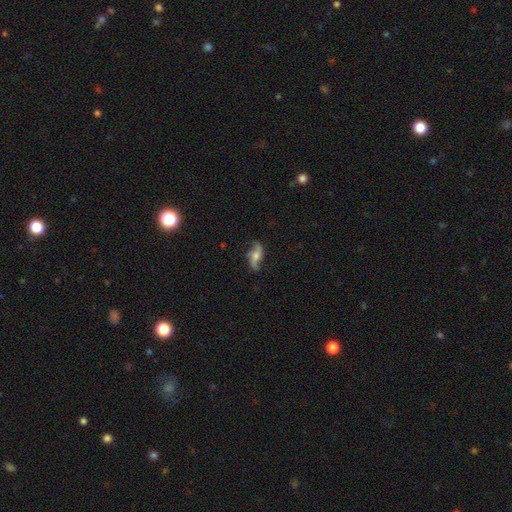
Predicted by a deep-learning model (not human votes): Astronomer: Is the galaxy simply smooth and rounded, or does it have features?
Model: featured or disk — 72%.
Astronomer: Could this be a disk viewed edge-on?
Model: no — 88%.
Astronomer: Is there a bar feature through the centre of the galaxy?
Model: no — 60%.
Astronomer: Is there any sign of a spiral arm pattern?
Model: yes — 92%.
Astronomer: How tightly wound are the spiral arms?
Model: loose — 80%.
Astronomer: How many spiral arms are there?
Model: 2 — 91%.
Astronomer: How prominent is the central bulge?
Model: moderate — 54% (runner-up: small, 31%).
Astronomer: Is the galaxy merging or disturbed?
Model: none — 74%.